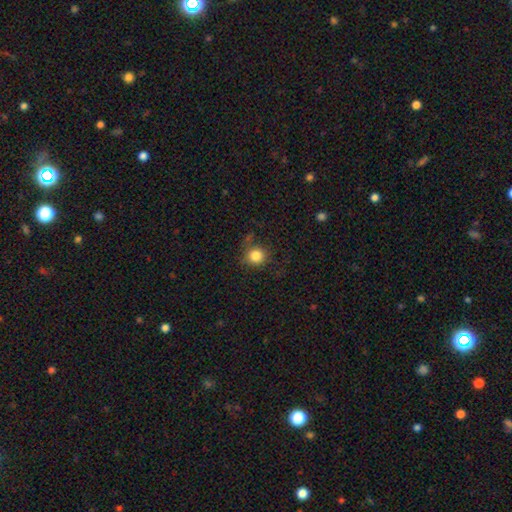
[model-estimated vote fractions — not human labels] A smooth galaxy with no disk features (83%) that is round (89%).

Vote fractions:
- Smooth or featured? smooth: 83% / star or artifact: 11% / featured or disk: 6%
- How rounded? round: 89% / in between: 10% / cigar-shaped: 1%
- Merging? none: 76% / minor disturbance: 14% / major disturbance: 6% / merger: 4%